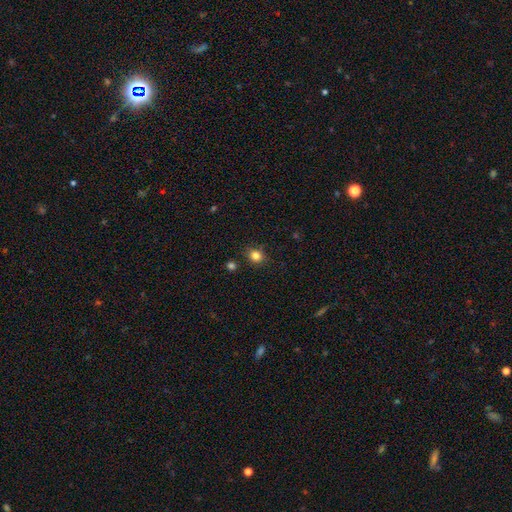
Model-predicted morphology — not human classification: A smooth galaxy with no disk features (83%) that is round (65%). Merging: none (84%).